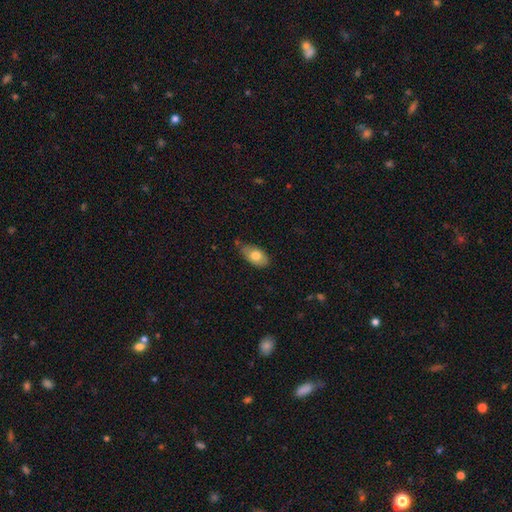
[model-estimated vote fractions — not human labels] Smooth or featured? Predicted: smooth (p=0.74). How rounded? Predicted: in between (p=0.92). Merging? Predicted: none (p=0.64).